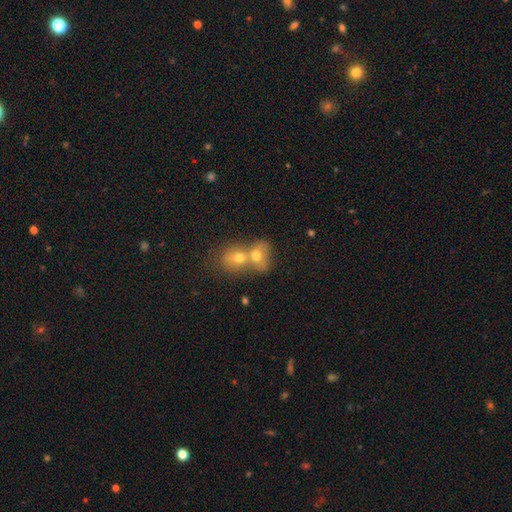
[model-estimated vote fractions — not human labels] Smooth or featured?
  - smooth: 62% *
  - featured or disk: 24%
  - star or artifact: 14%
How rounded?
  - round: 53% *
  - in between: 45%
  - cigar-shaped: 2%
Merging?
  - merger: 75% *
  - none: 17%
  - minor disturbance: 5%
  - major disturbance: 3%